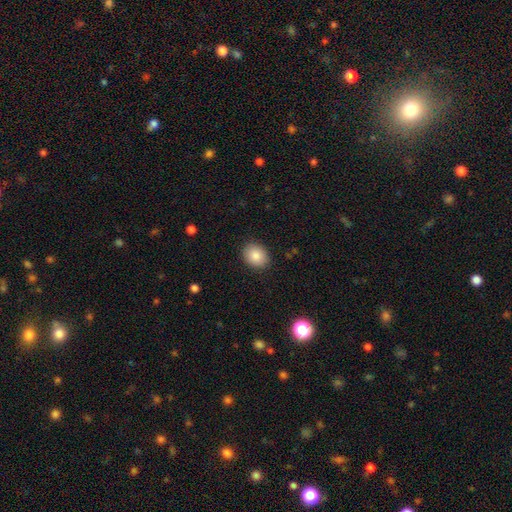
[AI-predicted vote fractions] This appears to be a smooth galaxy with no disk features (86%) that is in between round and cigar-shaped (53%). Merging: none (89%).